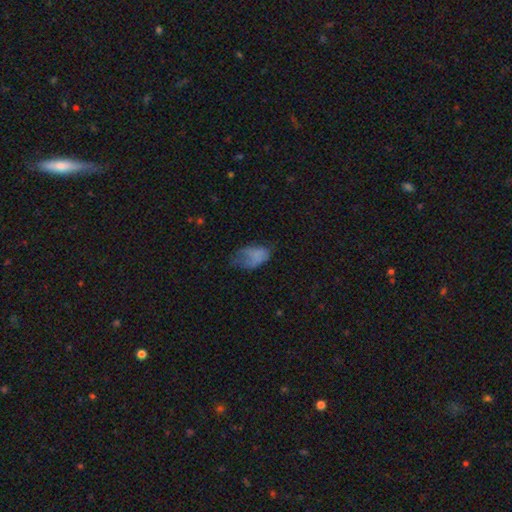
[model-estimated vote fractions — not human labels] Smooth or featured?
  - smooth: 63% *
  - featured or disk: 24%
  - star or artifact: 13%
How rounded?
  - in between: 91% *
  - round: 7%
  - cigar-shaped: 2%
Merging?
  - major disturbance: 40% *
  - minor disturbance: 30%
  - none: 26%
  - merger: 3%